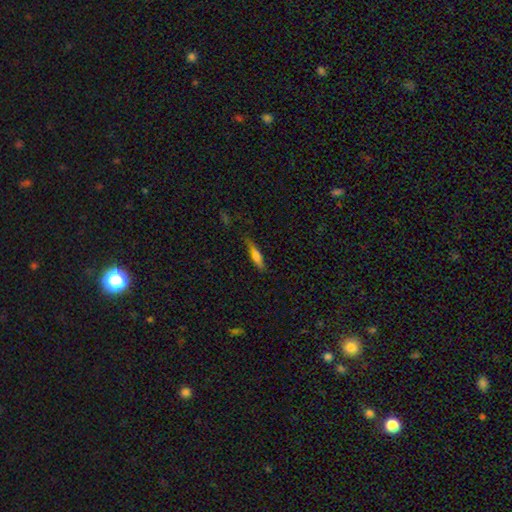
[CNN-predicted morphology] Overall: smooth (71%). How rounded: cigar-shaped (72%). Merging: none (72%).